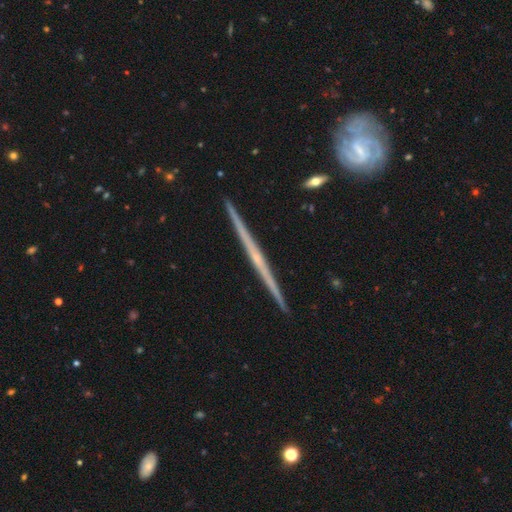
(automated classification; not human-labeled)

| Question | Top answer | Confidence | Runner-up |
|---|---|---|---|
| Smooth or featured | featured or disk | 80% | smooth (15%) |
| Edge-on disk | yes | 98% | no (2%) |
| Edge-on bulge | none | 62% | rounded (32%) |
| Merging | none | 91% | minor disturbance (6%) |